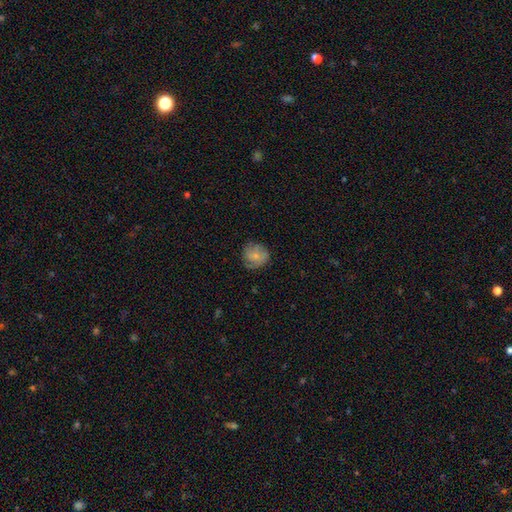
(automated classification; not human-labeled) This appears to be a smooth galaxy with no disk features (62%) that is round (88%). Merging: none (73%).